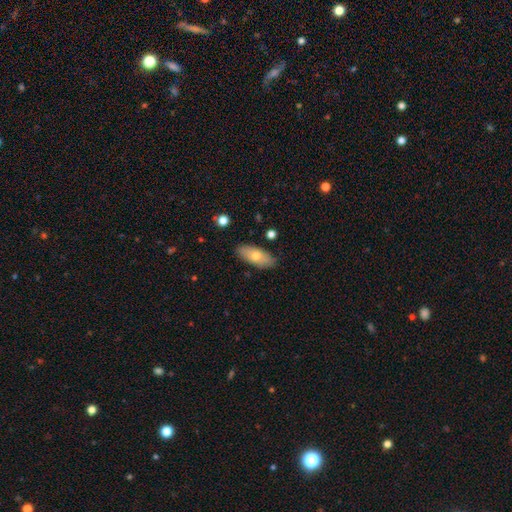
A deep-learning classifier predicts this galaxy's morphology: Smooth or featured?
  - smooth: 69% *
  - featured or disk: 25%
  - star or artifact: 7%
How rounded?
  - in between: 80% *
  - cigar-shaped: 17%
  - round: 3%
Merging?
  - none: 86% *
  - minor disturbance: 11%
  - major disturbance: 2%
  - merger: 1%